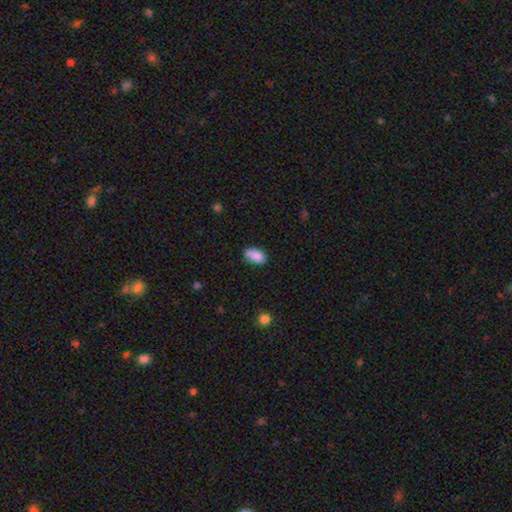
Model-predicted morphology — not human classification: Smooth or featured? smooth (87%)
How rounded? in between (93%)
Merging? none (78%)